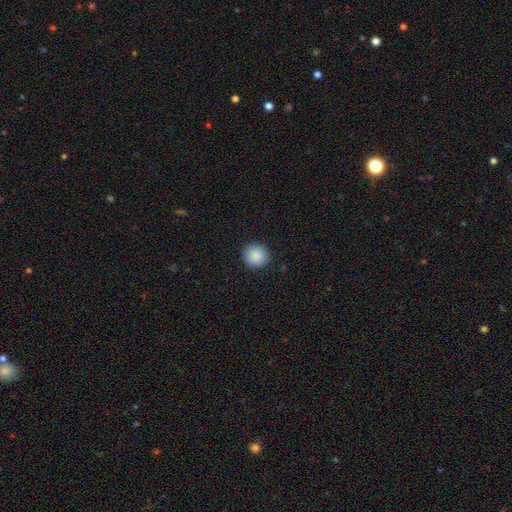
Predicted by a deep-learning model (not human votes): This is clearly a smooth galaxy (89%). How rounded: clearly round (93%). Merging: clearly none (92%).